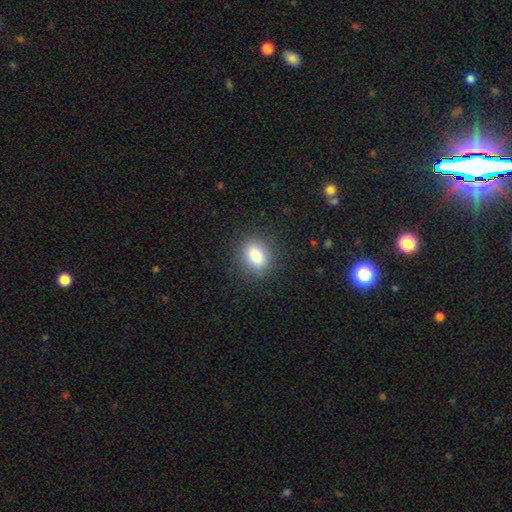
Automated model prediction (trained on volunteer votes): This appears to be a smooth galaxy with no disk features (82%) that is in between round and cigar-shaped (49%, tied with round). Merging: none (88%).